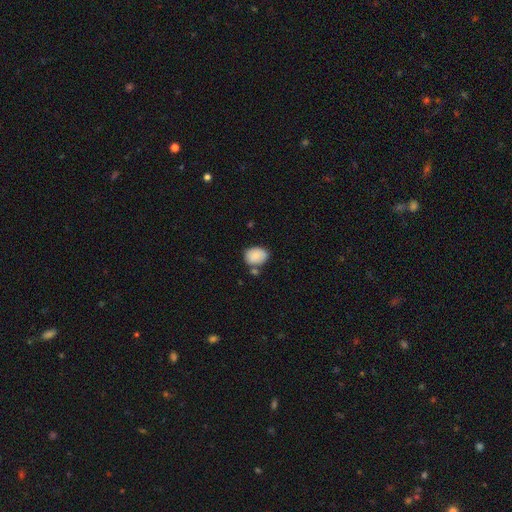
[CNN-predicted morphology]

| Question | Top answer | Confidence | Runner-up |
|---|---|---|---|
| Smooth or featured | smooth | 84% | featured or disk (9%) |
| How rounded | in between | 66% | round (33%) |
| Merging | none | 63% | minor disturbance (19%) |